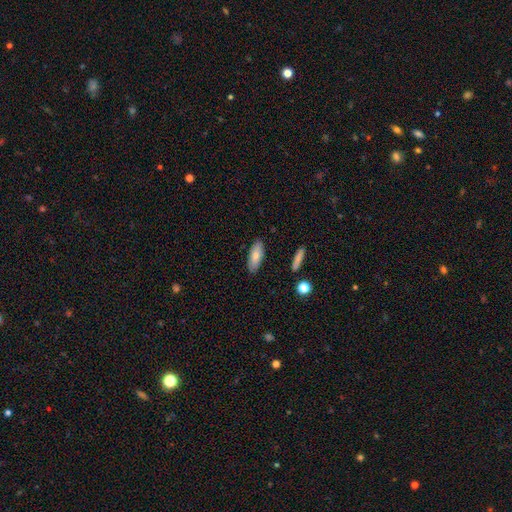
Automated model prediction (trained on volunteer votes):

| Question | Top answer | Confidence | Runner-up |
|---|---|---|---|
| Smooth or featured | smooth | 74% | featured or disk (20%) |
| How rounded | in between | 76% | cigar-shaped (22%) |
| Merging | none | 87% | minor disturbance (10%) |